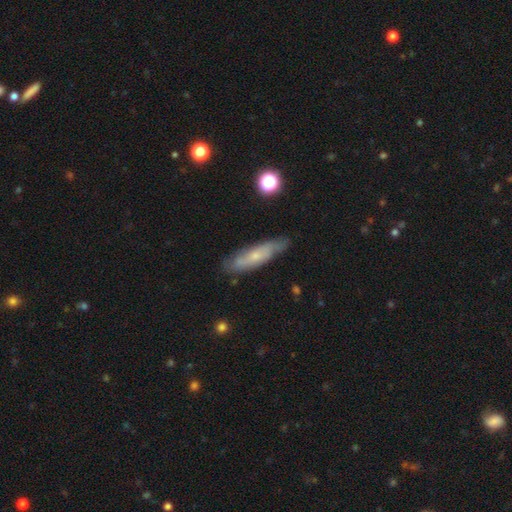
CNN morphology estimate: Smooth or featured?
  - smooth: 49% *
  - featured or disk: 44%
  - star or artifact: 7%
Merging?
  - none: 77% *
  - minor disturbance: 18%
  - major disturbance: 3%
  - merger: 2%